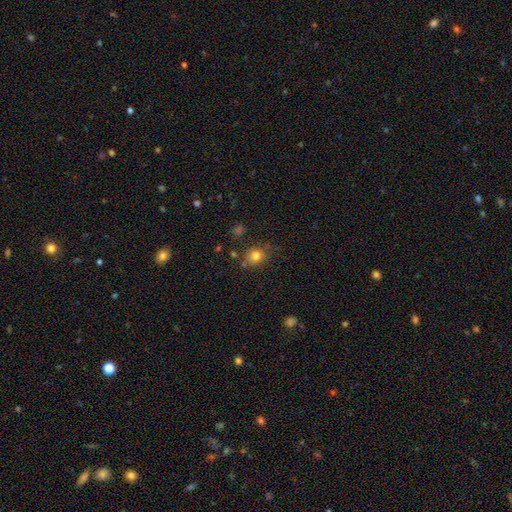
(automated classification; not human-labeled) This appears to be a smooth galaxy with no disk features (79%) that is round (65%). Merging: none (73%).